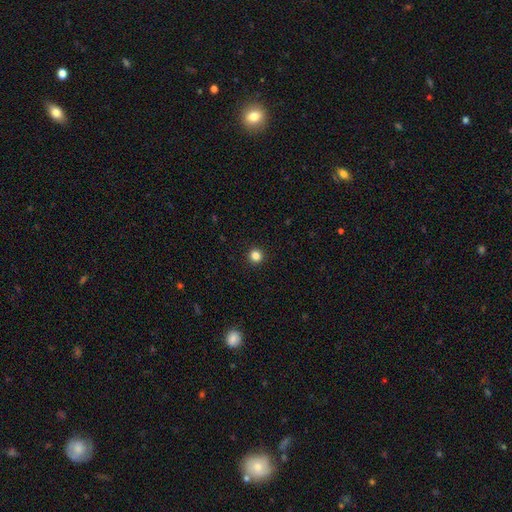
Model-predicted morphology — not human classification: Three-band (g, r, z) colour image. It shows a smooth galaxy with no disk features (83%) that is round (95%). Merging: none (93%).